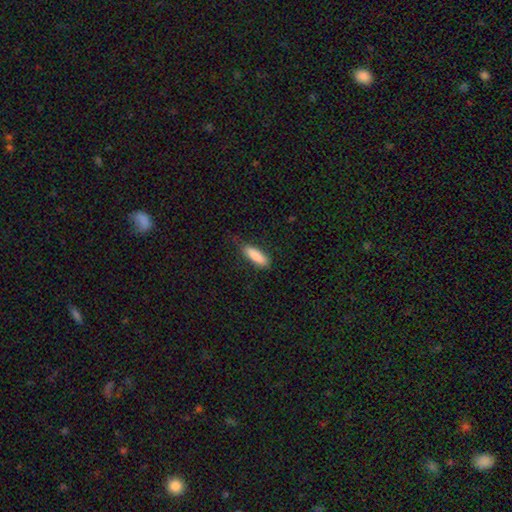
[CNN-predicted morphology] Overall: smooth (87%). How rounded: in between (51%; cigar-shaped 48%). Merging: none (73%).